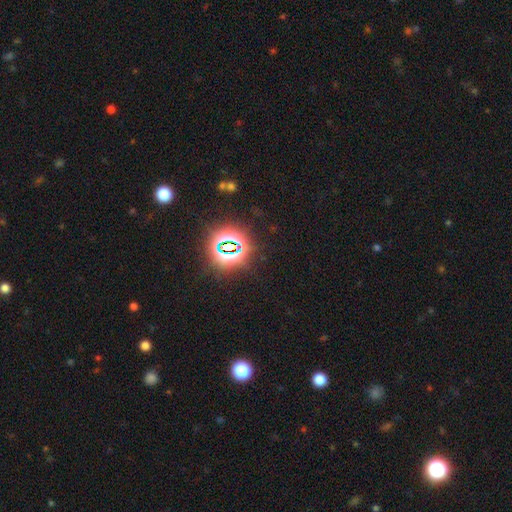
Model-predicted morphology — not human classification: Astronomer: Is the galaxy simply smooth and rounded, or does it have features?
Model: star or artifact — 82%.